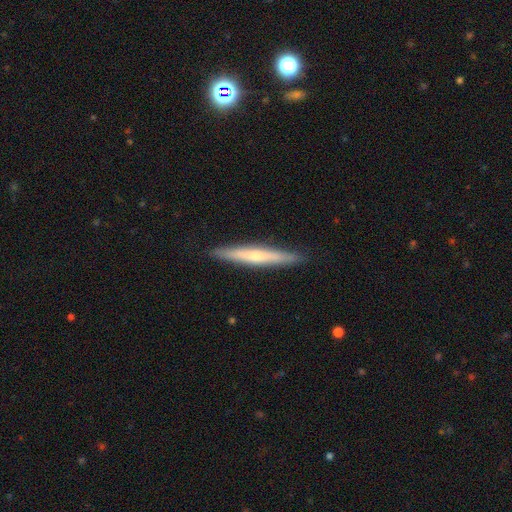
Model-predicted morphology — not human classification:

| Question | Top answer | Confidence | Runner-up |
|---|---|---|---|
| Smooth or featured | featured or disk | 49% | smooth (45%) |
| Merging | none | 91% | minor disturbance (7%) |